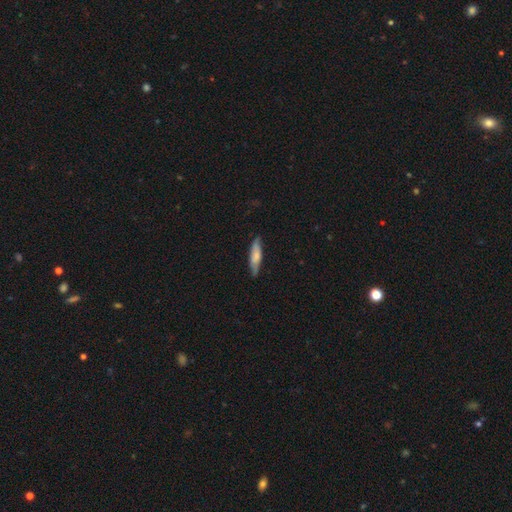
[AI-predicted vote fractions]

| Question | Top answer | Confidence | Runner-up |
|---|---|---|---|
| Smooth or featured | smooth | 62% | featured or disk (32%) |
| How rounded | cigar-shaped | 70% | in between (28%) |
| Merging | none | 78% | minor disturbance (18%) |